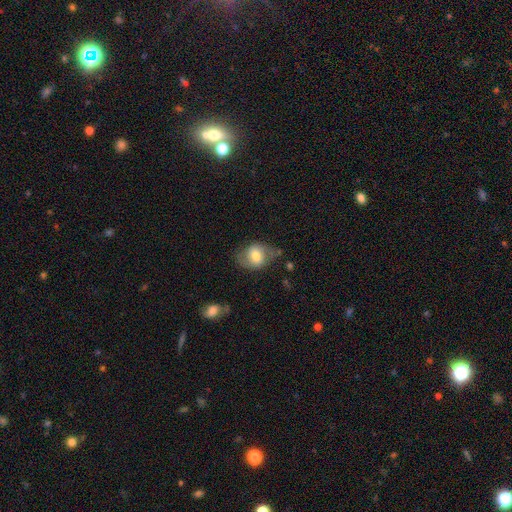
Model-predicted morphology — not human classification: Smooth or featured? Predicted: smooth (p=0.54). How rounded? Predicted: in between (p=0.54). Merging? Predicted: none (p=0.60).